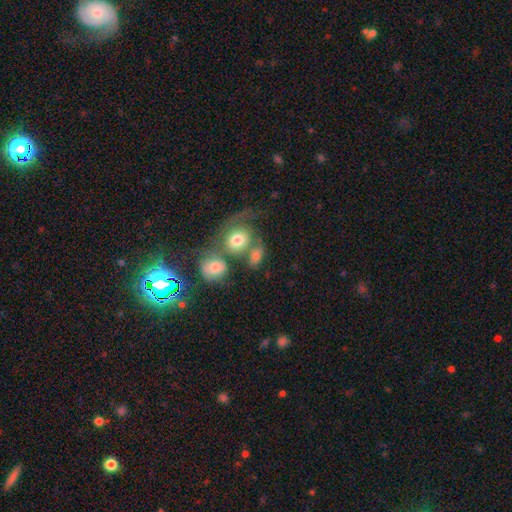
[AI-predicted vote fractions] The model was most divided on "how rounded": in between: 51%, round: 47%, cigar-shaped: 2%. Remaining: smooth or featured — smooth (66%); merging — merger (45%).